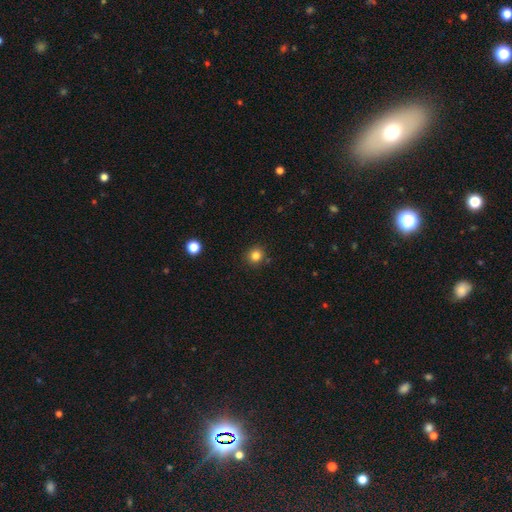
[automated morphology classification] The model was most divided on "smooth or featured": smooth: 82%, star or artifact: 13%, featured or disk: 5%. More confident: how rounded — round (89%); merging — none (88%).